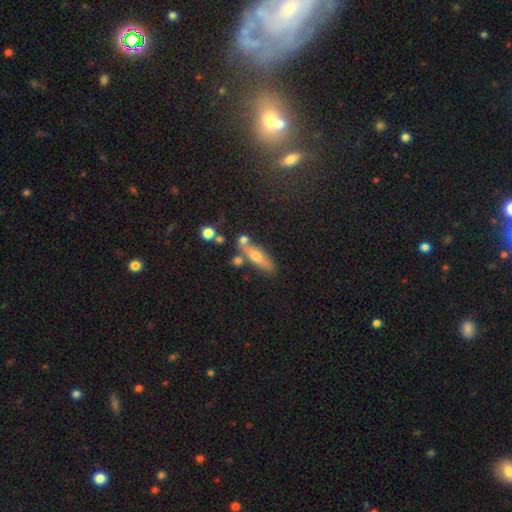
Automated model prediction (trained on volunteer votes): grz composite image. It shows a smooth galaxy with no disk features (54%) that is cigar-shaped (58%). Merging: none (65%).